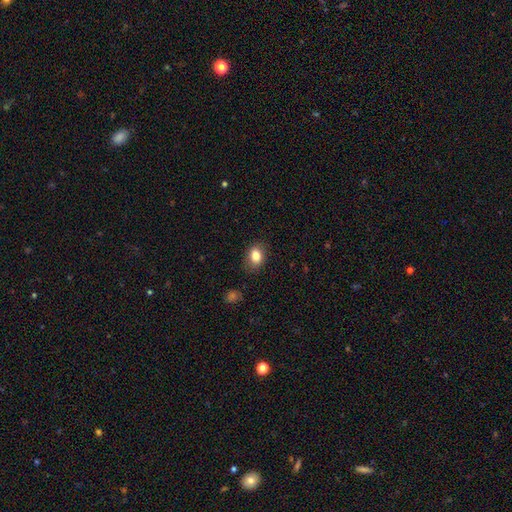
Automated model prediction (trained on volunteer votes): Smooth or featured: smooth — 83% (star or artifact — 9%)
How rounded: in between — 68% (round — 30%)
Merging: none — 82% (minor disturbance — 14%)